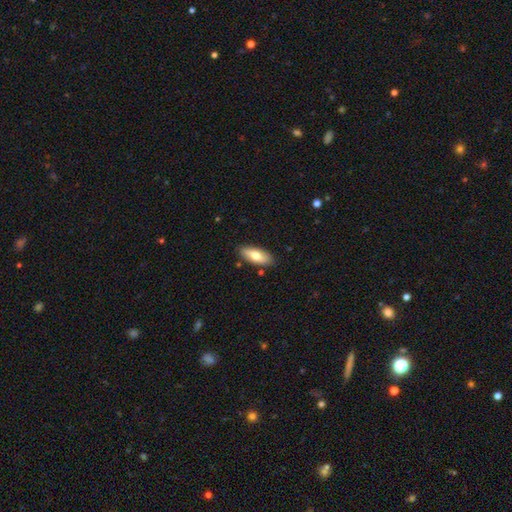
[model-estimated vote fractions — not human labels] Smooth or featured?
  - smooth: 72% *
  - featured or disk: 22%
  - star or artifact: 6%
How rounded?
  - in between: 77% *
  - cigar-shaped: 21%
  - round: 2%
Merging?
  - none: 85% *
  - minor disturbance: 11%
  - major disturbance: 2%
  - merger: 2%